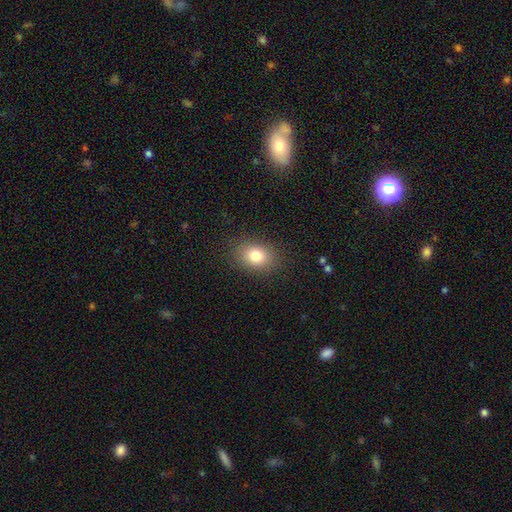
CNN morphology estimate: smooth 79%, star or artifact 11%, featured or disk 9%. Down the decision tree: how rounded — in between (64%); merging — none (87%).